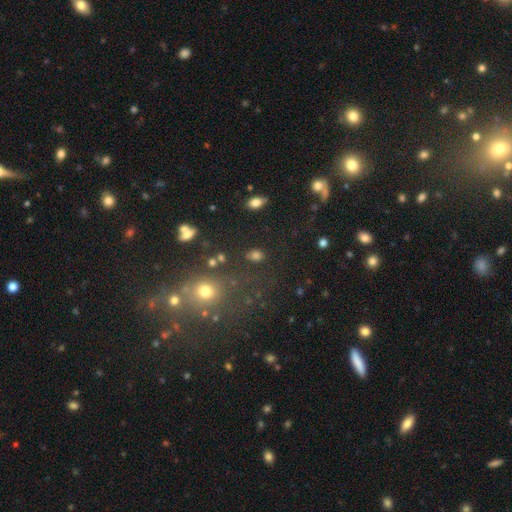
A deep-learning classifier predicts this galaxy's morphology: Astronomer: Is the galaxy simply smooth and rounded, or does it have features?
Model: smooth — 64%.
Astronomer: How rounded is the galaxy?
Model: in between — 50% (runner-up: round, 46%).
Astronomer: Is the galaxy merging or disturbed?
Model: none — 75%.